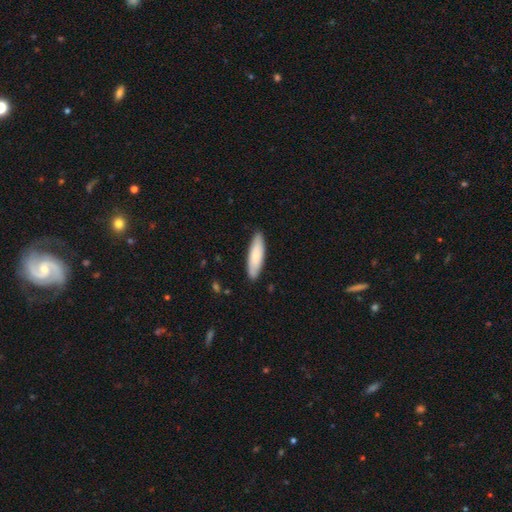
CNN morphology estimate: Overall: smooth (81%). How rounded: cigar-shaped (59%; in between 40%). Merging: none (88%).